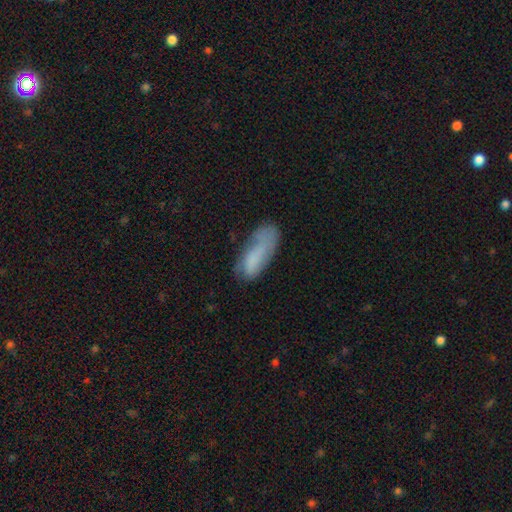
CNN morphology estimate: smooth_or_featured: smooth (p=0.70) [alt: featured or disk p=0.22]
how_rounded: in between (p=0.68) [alt: cigar-shaped p=0.30]
merging: none (p=0.44) [alt: minor disturbance p=0.32]